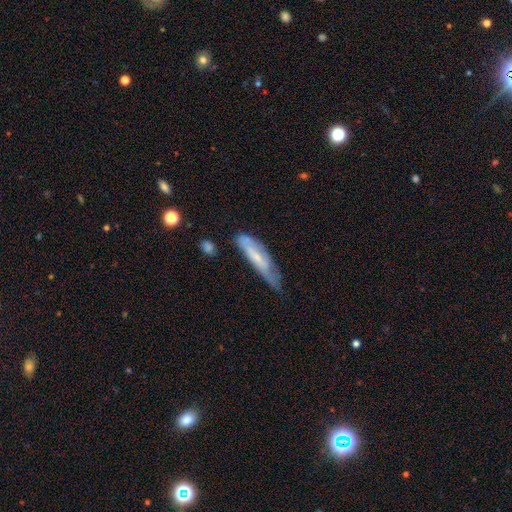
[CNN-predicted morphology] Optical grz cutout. It shows a smooth galaxy with no disk features (47%). Merging: none (43%).